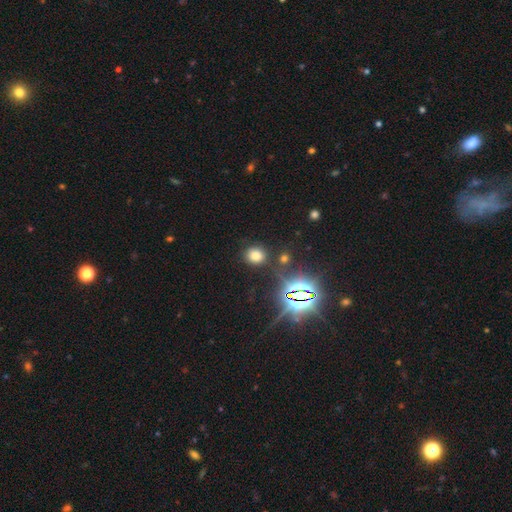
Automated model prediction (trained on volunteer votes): Morphology: type=smooth (68%); roundness=round (79%); merging=none (81%).